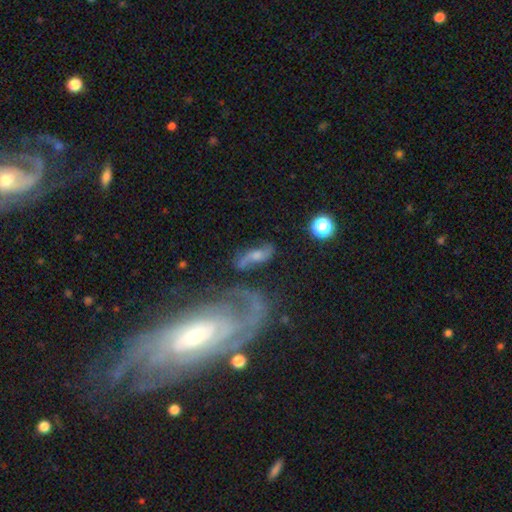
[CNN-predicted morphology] smooth_or_featured: featured or disk (p=0.64) [alt: smooth p=0.25]
disk_edge_on: no (p=0.88) [alt: yes p=0.12]
bar: no (p=0.50) [alt: weak p=0.37]
has_spiral_arms: yes (p=0.87) [alt: no p=0.13]
bulge_size: moderate (p=0.43) [alt: small p=0.33]
merging: none (p=0.52) [alt: minor disturbance p=0.20]